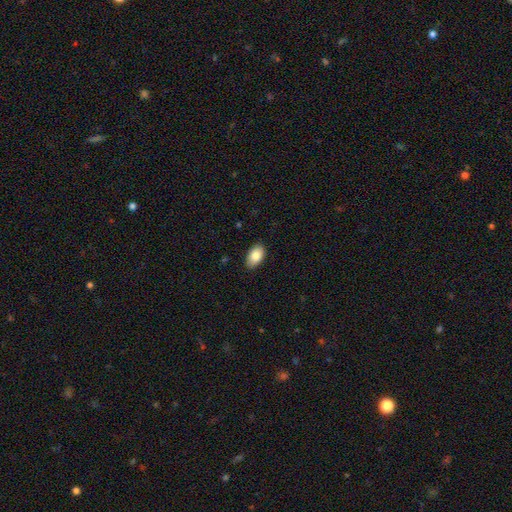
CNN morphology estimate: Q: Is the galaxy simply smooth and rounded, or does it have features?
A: smooth — 87%.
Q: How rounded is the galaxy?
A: in between — 93%.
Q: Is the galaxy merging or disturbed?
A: none — 87%.